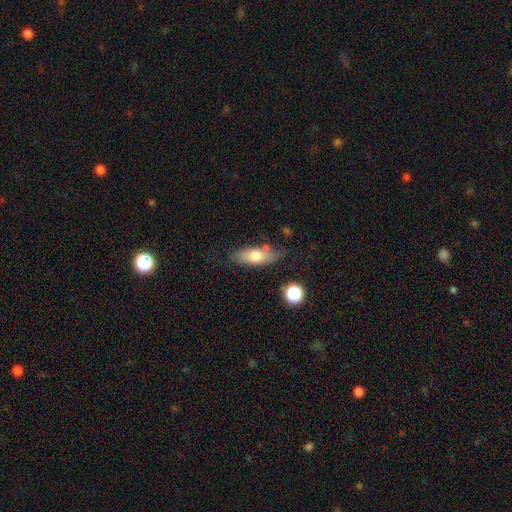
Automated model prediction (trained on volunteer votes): Smooth or featured? Predicted: smooth (p=0.67). How rounded? Predicted: in between (p=0.67). Merging? Predicted: none (p=0.71).